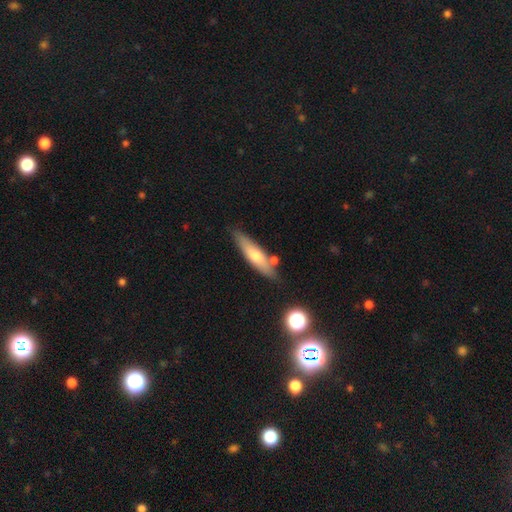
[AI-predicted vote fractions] Smooth or featured? smooth (60%)
How rounded? cigar-shaped (72%)
Merging? none (76%)